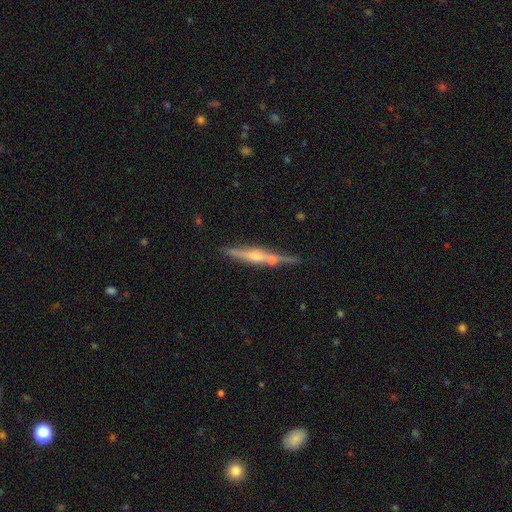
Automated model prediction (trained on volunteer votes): Smooth or featured? Predicted: featured or disk (p=0.73). Edge-on disk? Predicted: yes (p=0.96). Edge-on bulge? Predicted: rounded (p=0.80). Merging? Predicted: none (p=0.73).